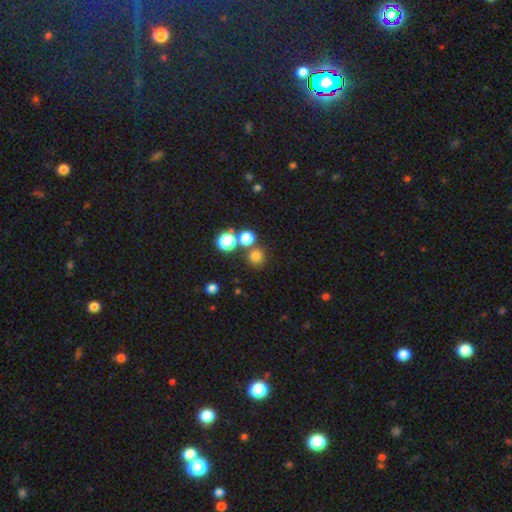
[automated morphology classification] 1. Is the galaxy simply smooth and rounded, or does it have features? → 74% smooth, 19% star or artifact, 6% featured or disk.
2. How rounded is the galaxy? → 92% round, 7% in between, 1% cigar-shaped.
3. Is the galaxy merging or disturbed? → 73% none, 17% merger, 7% minor disturbance, 3% major disturbance.